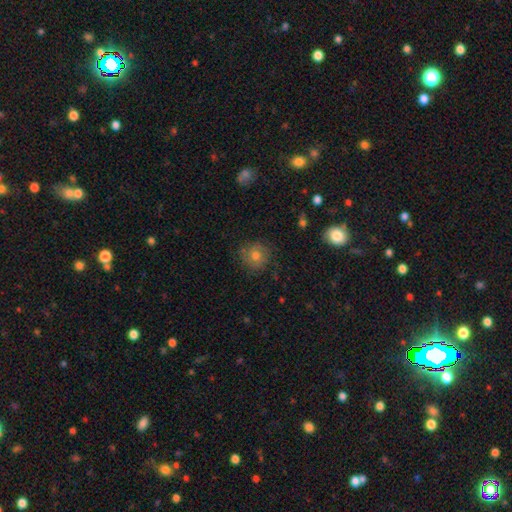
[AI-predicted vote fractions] Overall: smooth (64%). How rounded: round (90%). Merging: none (81%).